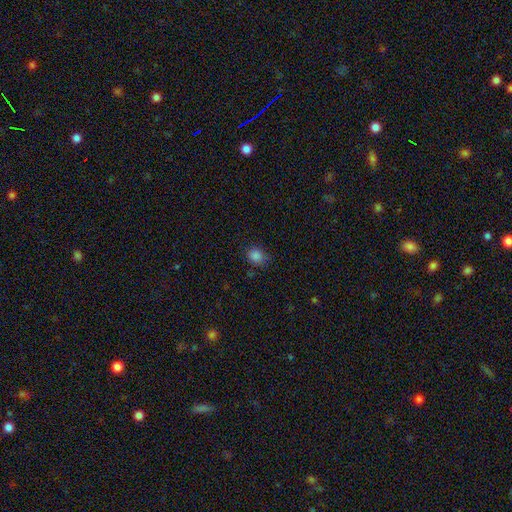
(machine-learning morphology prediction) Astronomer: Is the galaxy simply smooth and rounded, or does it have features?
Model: smooth — 84%.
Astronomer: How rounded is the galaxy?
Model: round — 65%.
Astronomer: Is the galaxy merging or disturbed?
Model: none — 78%.